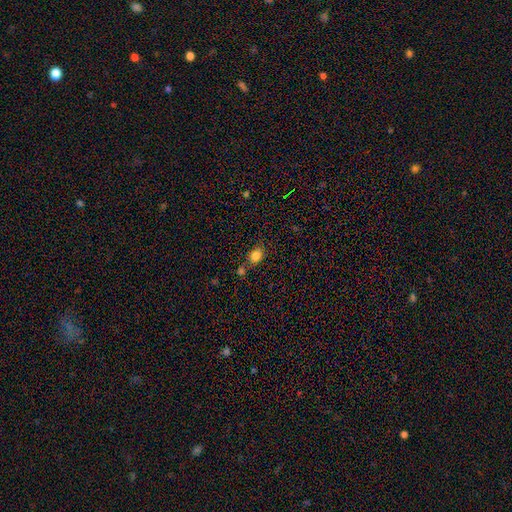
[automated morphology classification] type=smooth (82%); roundness=in between (68%); merging=none (64%).